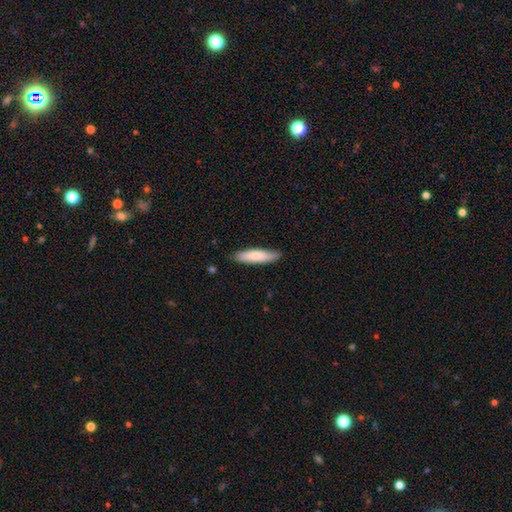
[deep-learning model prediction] smooth 81%, featured or disk 14%, star or artifact 5%. Down the decision tree: how rounded — cigar-shaped (77%); merging — none (85%).